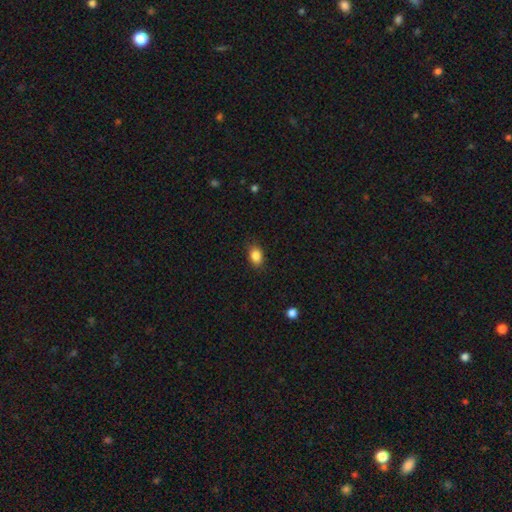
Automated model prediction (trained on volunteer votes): Smooth or featured? smooth (87%)
How rounded? in between (79%)
Merging? none (85%)